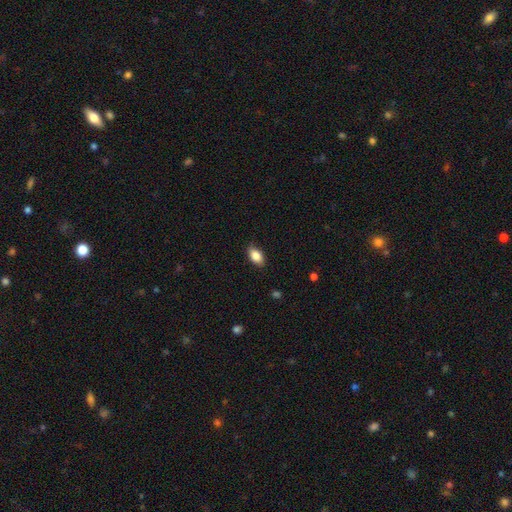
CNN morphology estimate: This appears to be a smooth galaxy with no disk features (85%) that is in between round and cigar-shaped (91%). Merging: none (84%).